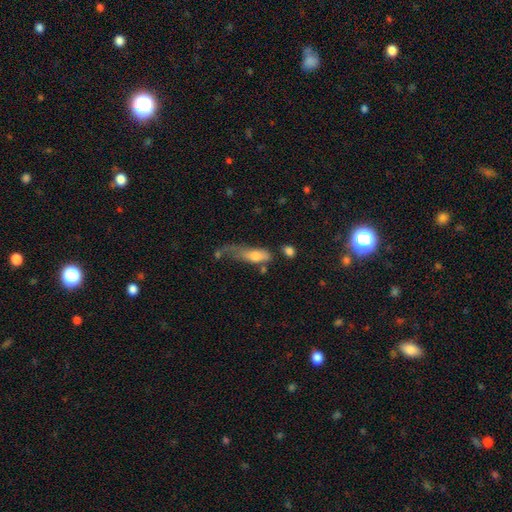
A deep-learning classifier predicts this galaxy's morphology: Smooth or featured: smooth — 66% (featured or disk — 26%)
How rounded: in between — 60% (cigar-shaped — 36%)
Merging: major disturbance — 43% (minor disturbance — 24%)